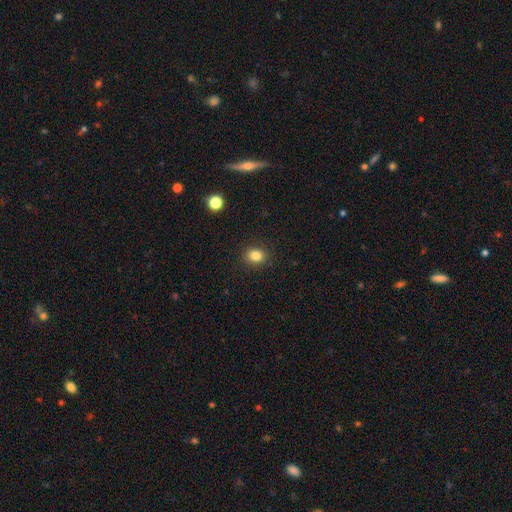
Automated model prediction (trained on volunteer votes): Overall: smooth (84%). How rounded: round (55%; in between 44%). Merging: none (89%).